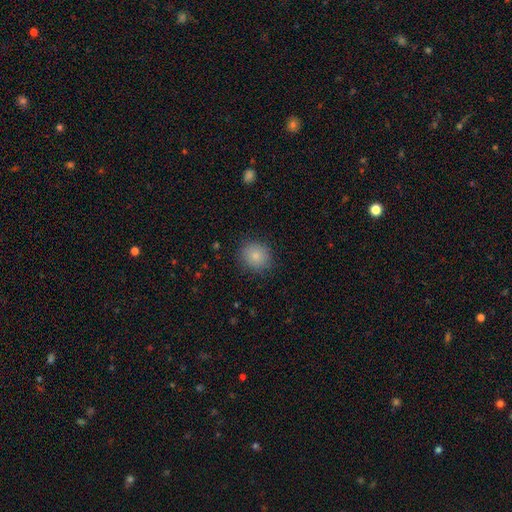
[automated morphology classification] smooth 83%, star or artifact 10%, featured or disk 7%. Down the decision tree: how rounded — round (79%); merging — none (85%).